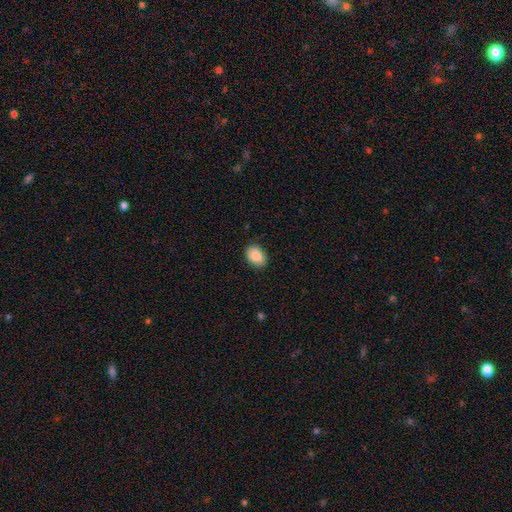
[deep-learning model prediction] smooth-or-featured: smooth: 88% | star or artifact: 7% | featured or disk: 5%
  how-rounded: in between: 80% | round: 19% | cigar-shaped: 1%
  merging: none: 83% | minor disturbance: 14% | major disturbance: 3% | merger: 1%